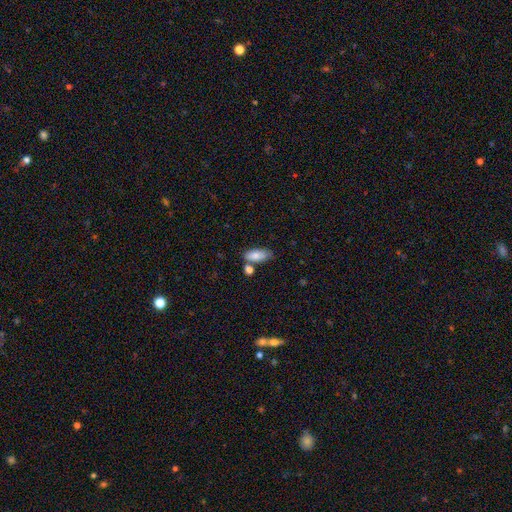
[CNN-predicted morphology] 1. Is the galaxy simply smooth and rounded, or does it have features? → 82% smooth, 11% featured or disk, 7% star or artifact.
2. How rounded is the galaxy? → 84% in between, 13% cigar-shaped, 3% round.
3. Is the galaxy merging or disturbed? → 60% none, 18% minor disturbance, 18% merger, 4% major disturbance.